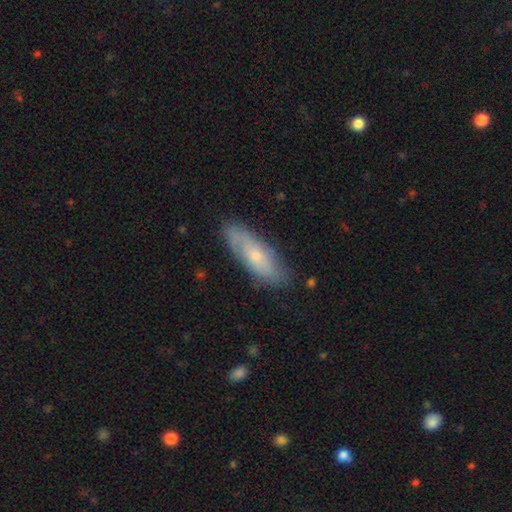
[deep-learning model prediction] A featured or disk galaxy (51%).

Vote fractions:
- Smooth or featured? featured or disk: 51% / smooth: 43% / star or artifact: 7%
- Edge-on disk? no: 75% / yes: 25%
- Merging? none: 79% / minor disturbance: 17% / major disturbance: 3% / merger: 1%